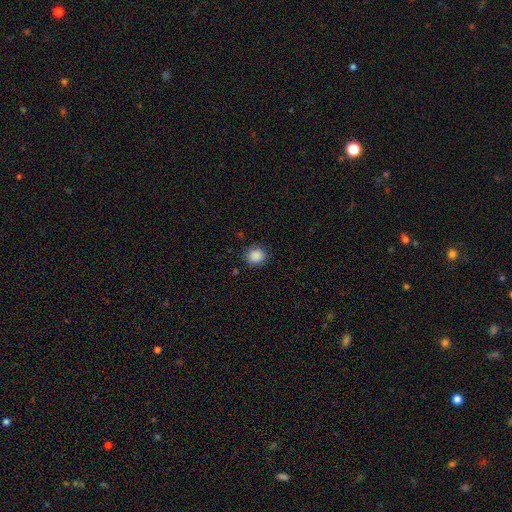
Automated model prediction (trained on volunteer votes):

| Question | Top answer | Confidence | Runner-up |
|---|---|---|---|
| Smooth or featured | smooth | 88% | star or artifact (9%) |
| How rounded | round | 83% | in between (16%) |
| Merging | none | 87% | minor disturbance (9%) |